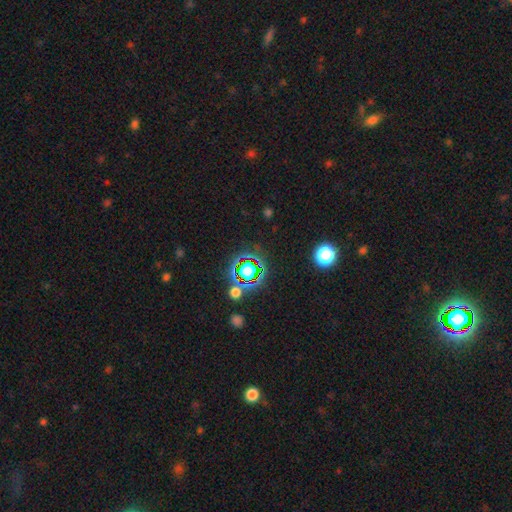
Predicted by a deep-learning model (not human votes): Smooth or featured? Predicted: star or artifact (p=0.73).